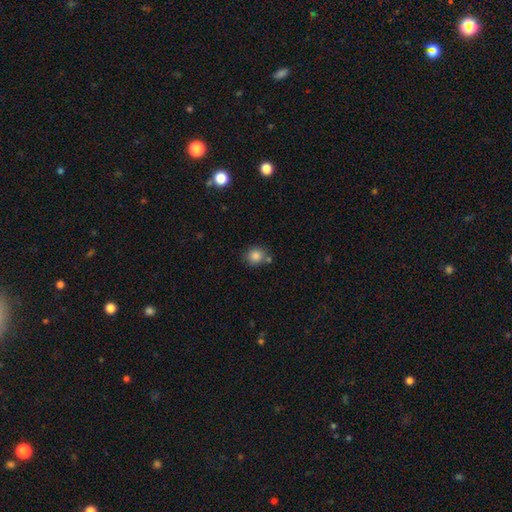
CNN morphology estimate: Smooth or featured? Predicted: smooth (p=0.85). How rounded? Predicted: round (p=0.83). Merging? Predicted: none (p=0.72).